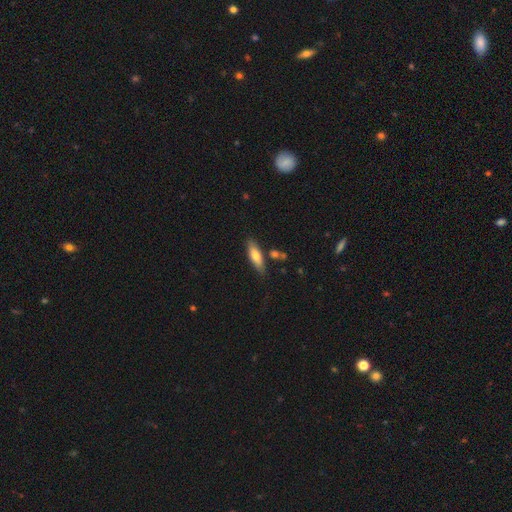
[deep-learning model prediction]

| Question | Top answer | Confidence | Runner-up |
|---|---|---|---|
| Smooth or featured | smooth | 67% | featured or disk (26%) |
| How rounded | cigar-shaped | 50% | in between (48%) |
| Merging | none | 77% | minor disturbance (14%) |